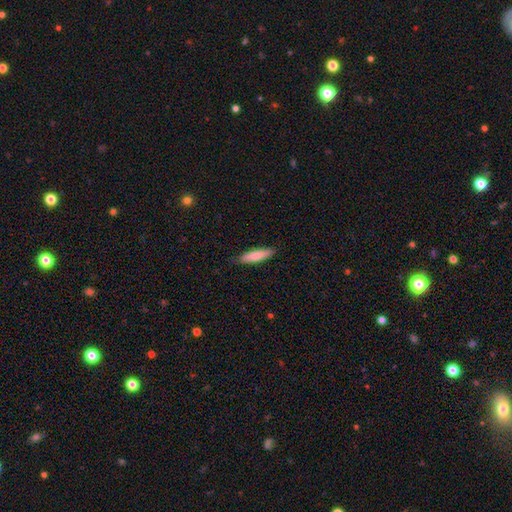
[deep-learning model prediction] Smooth or featured? smooth (76%)
How rounded? cigar-shaped (76%)
Merging? none (86%)